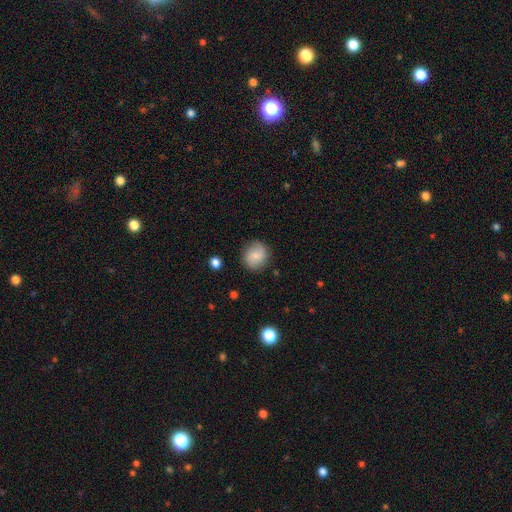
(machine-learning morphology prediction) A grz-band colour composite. It shows a smooth galaxy with no disk features (73%) that is round (82%). Merging: none (82%).